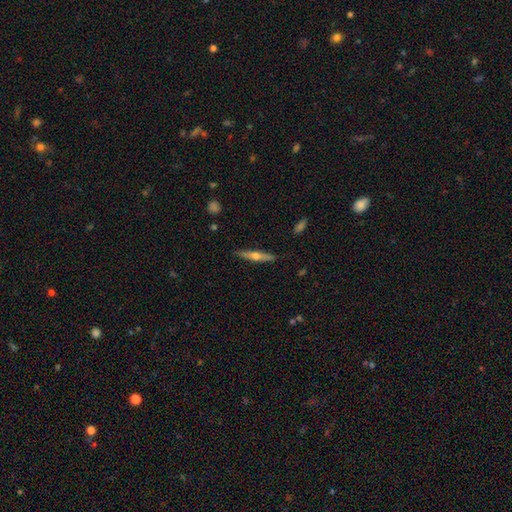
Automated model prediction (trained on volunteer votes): A featured or disk galaxy (58%) viewed edge-on (96%) with a rounded central bulge (91%).

Vote fractions:
- Smooth or featured? featured or disk: 58% / smooth: 36% / star or artifact: 6%
- Edge-on disk? yes: 96% / no: 4%
- Edge-on bulge? rounded: 91% / none: 6% / boxy: 4%
- Merging? none: 88% / minor disturbance: 9% / major disturbance: 2% / merger: 1%